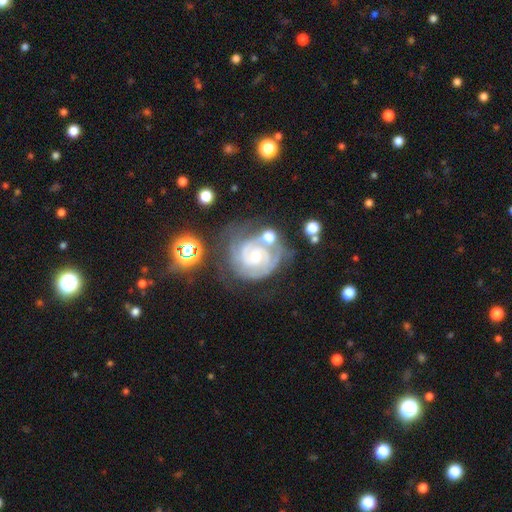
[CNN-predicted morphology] Overall: featured or disk (86%). Edge-on disk: no (98%). Bar: no (67%). Spiral arms: yes (96%). Spiral arm count: 2 (53%; can't tell 19%). Spiral winding: tight (71%). Bulge size: small (49%; moderate 47%). Merging: none (51%; minor disturbance 23%).